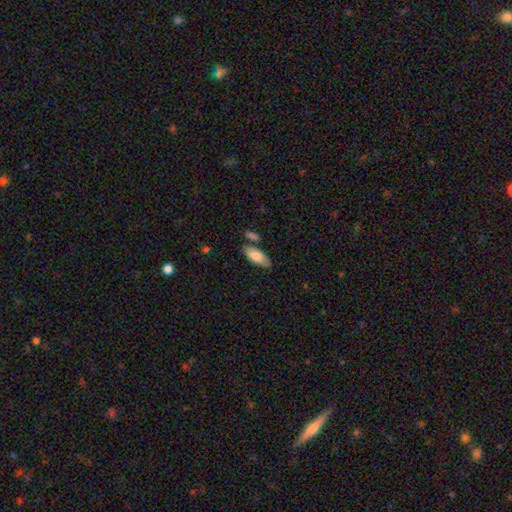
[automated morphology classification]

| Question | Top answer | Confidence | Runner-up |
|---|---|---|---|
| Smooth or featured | smooth | 80% | featured or disk (14%) |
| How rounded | in between | 80% | cigar-shaped (18%) |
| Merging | none | 73% | minor disturbance (14%) |